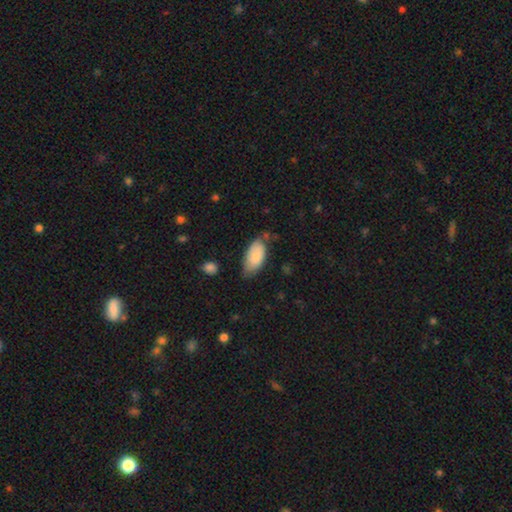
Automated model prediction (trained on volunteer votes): Overall: smooth (83%). How rounded: in between (94%). Merging: none (55%; minor disturbance 34%).